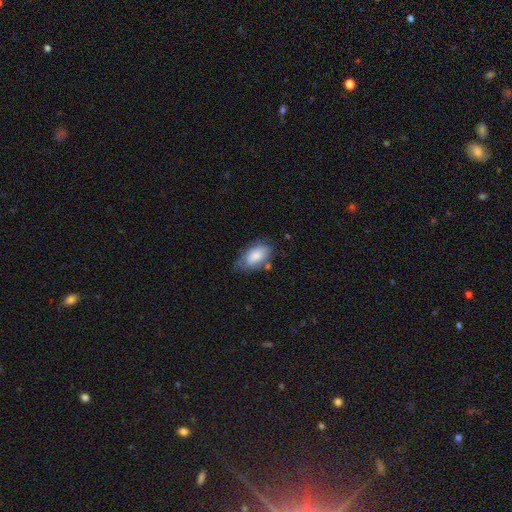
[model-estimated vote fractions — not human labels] Morphology: type=smooth (78%); roundness=in between (92%); merging=none (54%).